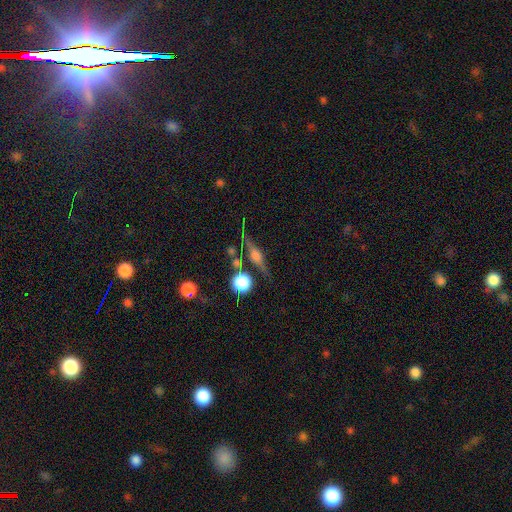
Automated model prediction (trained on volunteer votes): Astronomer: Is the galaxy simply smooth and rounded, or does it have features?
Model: featured or disk — 74%.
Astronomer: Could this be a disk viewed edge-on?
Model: yes — 95%.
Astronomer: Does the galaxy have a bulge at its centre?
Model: rounded — 89%.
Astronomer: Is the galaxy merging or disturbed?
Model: none — 76%.